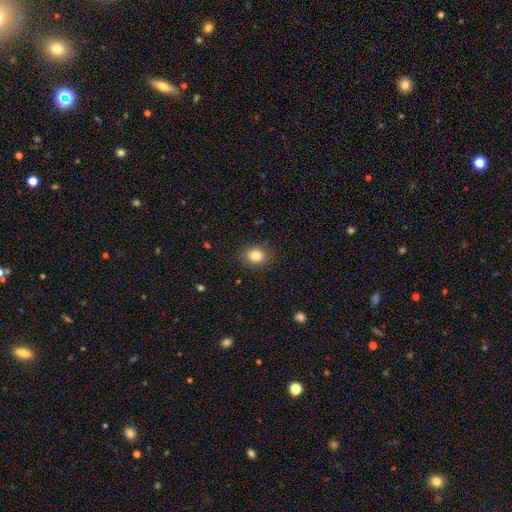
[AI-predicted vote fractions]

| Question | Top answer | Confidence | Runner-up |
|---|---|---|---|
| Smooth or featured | smooth | 84% | star or artifact (10%) |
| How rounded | round | 59% | in between (40%) |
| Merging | none | 88% | minor disturbance (9%) |